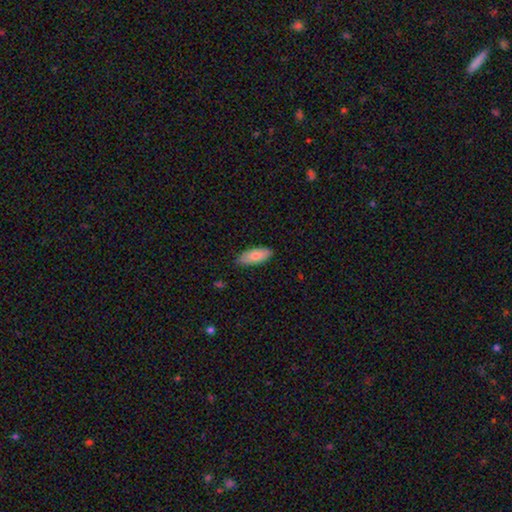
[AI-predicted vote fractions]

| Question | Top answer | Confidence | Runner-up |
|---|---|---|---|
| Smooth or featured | smooth | 83% | featured or disk (11%) |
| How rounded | in between | 83% | cigar-shaped (15%) |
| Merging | none | 86% | minor disturbance (11%) |